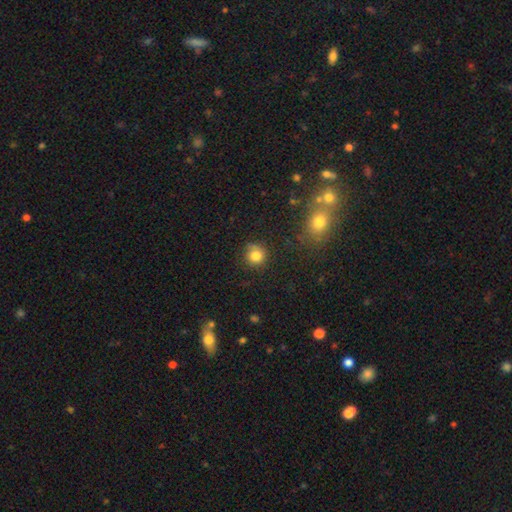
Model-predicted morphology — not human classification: smooth_or_featured: smooth (p=0.81) [alt: star or artifact p=0.12]
how_rounded: round (p=0.89) [alt: in between p=0.10]
merging: none (p=0.74) [alt: minor disturbance p=0.18]